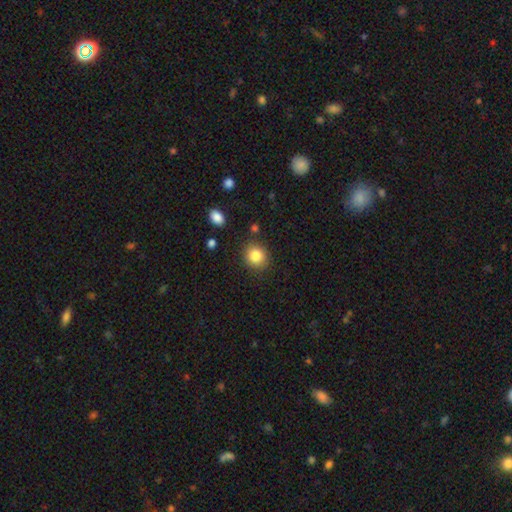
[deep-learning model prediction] A smooth galaxy with no disk features (84%) that is round (76%). Merging: none (85%).